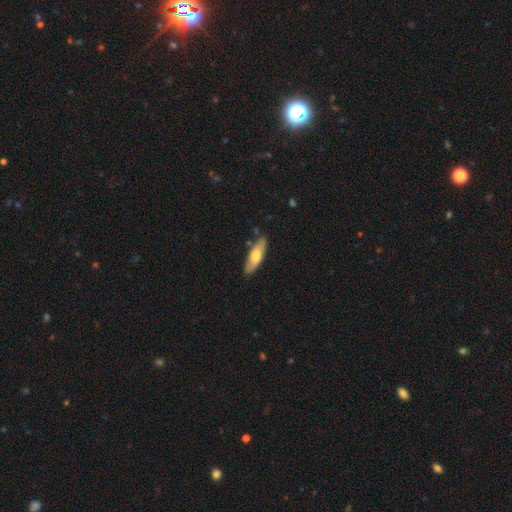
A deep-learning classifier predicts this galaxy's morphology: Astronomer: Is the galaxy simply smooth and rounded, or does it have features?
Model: smooth — 64%.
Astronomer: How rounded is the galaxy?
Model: in between — 49%, tied with cigar-shaped at 49%.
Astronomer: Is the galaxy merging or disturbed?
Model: none — 83%.